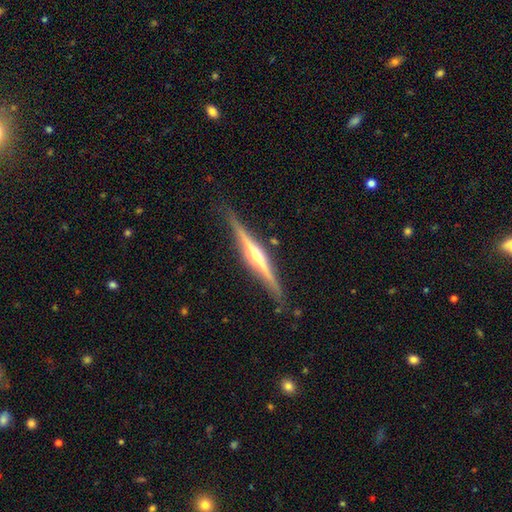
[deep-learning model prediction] Q: Smooth or featured?
A: featured or disk (84%); runner-up: smooth (11%)
Q: Edge-on disk?
A: yes (98%); runner-up: no (2%)
Q: Edge-on bulge?
A: rounded (87%); runner-up: none (7%)
Q: Merging?
A: none (89%); runner-up: minor disturbance (9%)